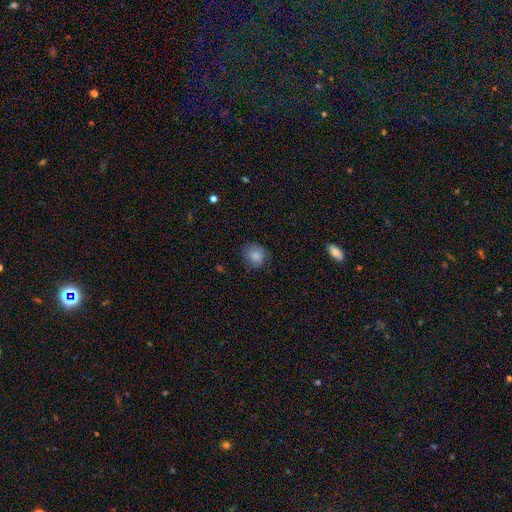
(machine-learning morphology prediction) smooth 85%, star or artifact 9%, featured or disk 6%. Down the decision tree: how rounded — round (81%); merging — none (75%).